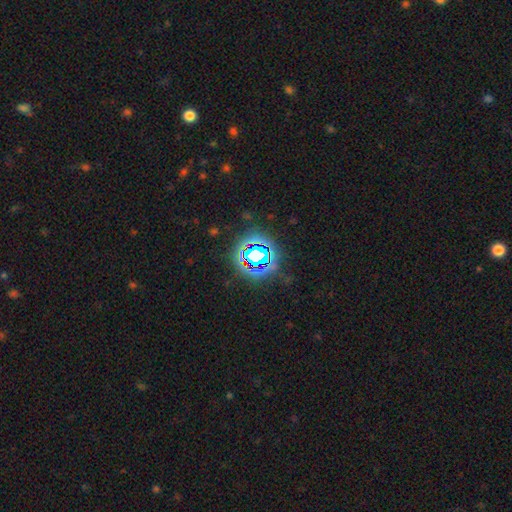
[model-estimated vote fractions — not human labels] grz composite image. It shows a star or artifact, not a galaxy (71%).